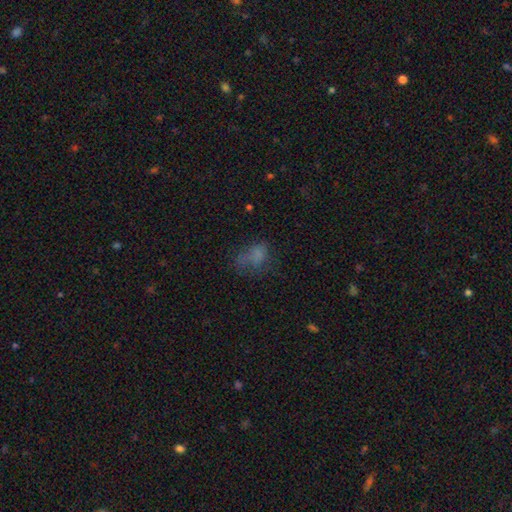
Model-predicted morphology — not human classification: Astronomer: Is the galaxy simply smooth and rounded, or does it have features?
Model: smooth — 61%.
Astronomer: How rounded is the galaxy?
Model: in between — 76%.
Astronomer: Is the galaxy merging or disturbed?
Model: none — 37% (runner-up: major disturbance, 34%).